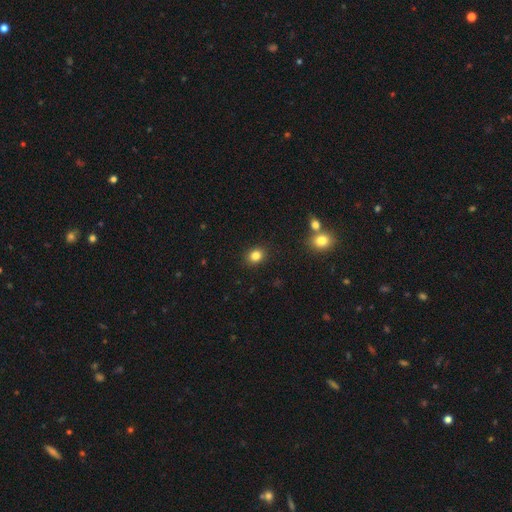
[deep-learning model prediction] A smooth galaxy with no disk features (83%) that is round (63%). Merging: none (89%).